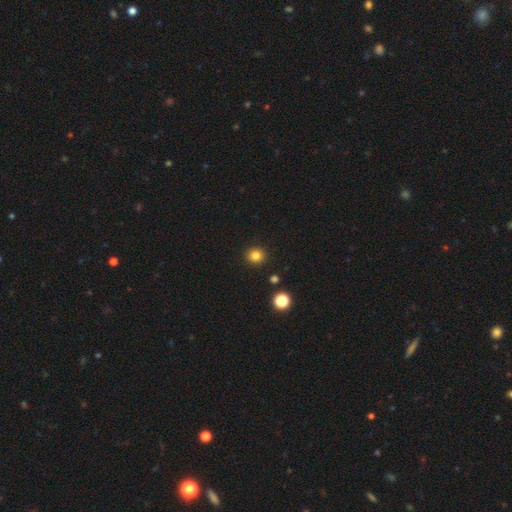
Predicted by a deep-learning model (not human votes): Smooth or featured: smooth — 83% (star or artifact — 13%)
How rounded: round — 89% (in between — 10%)
Merging: none — 92% (minor disturbance — 5%)